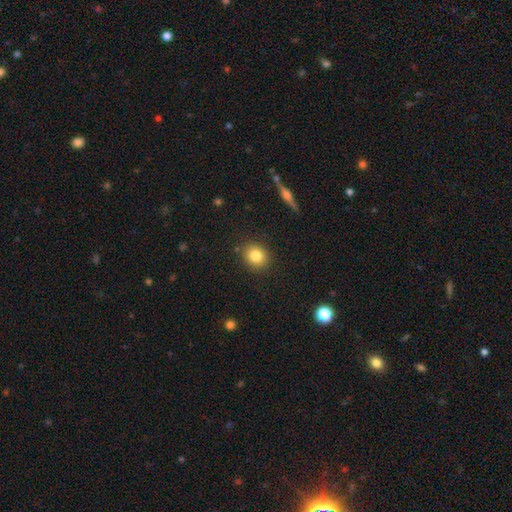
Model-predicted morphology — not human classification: Q: Smooth or featured?
A: smooth (82%); runner-up: star or artifact (10%)
Q: How rounded?
A: round (69%); runner-up: in between (30%)
Q: Merging?
A: none (88%); runner-up: minor disturbance (8%)